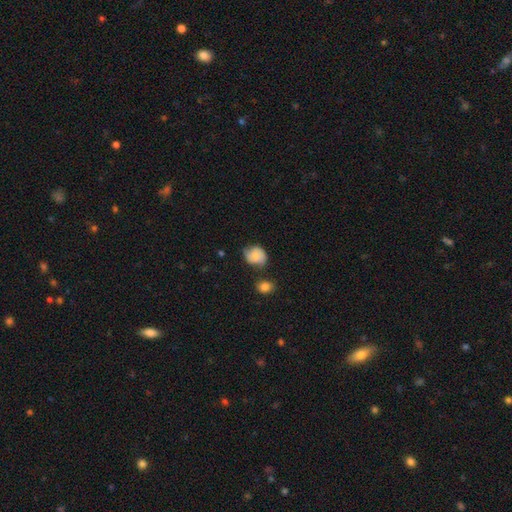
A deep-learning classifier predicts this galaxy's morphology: A smooth galaxy with no disk features (68%) that is round (62%). Merging: none (55%).